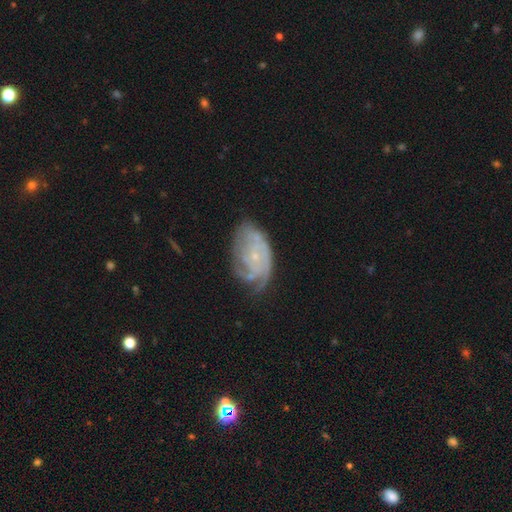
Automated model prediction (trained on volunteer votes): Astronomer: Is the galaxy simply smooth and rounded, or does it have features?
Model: featured or disk — 78%.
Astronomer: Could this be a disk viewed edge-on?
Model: no — 96%.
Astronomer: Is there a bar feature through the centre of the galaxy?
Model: no — 76%.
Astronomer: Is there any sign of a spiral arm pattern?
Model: yes — 91%.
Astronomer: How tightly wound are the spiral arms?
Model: tight — 62%.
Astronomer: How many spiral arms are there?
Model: can't tell — 40% (runner-up: 3, 18%).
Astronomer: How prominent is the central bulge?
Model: small — 81%.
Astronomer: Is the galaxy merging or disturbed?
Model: none — 57%.